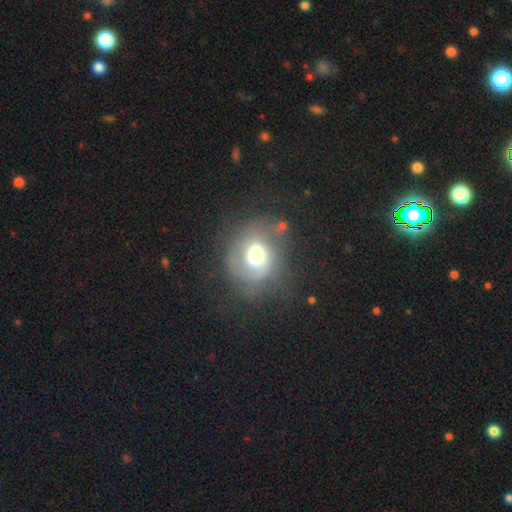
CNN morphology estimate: A featured or disk galaxy (51%).

Vote fractions:
- Smooth or featured? featured or disk: 51% / smooth: 38% / star or artifact: 11%
- Edge-on disk? no: 97% / yes: 3%
- Merging? none: 37% / merger: 29% / major disturbance: 18% / minor disturbance: 16%